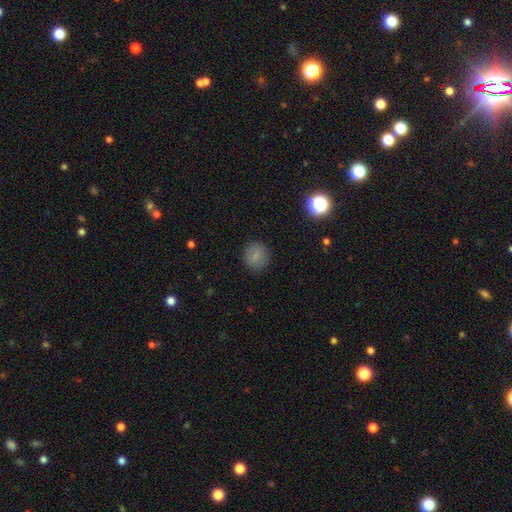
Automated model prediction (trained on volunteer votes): smooth 80%, star or artifact 11%, featured or disk 9%. Down the decision tree: how rounded — round (85%); merging — none (87%).